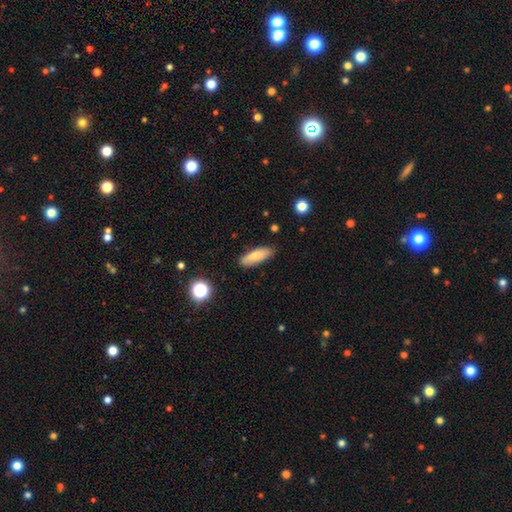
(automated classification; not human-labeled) smooth 80%, featured or disk 13%, star or artifact 7%. Down the decision tree: how rounded — in between (56%); merging — none (85%).